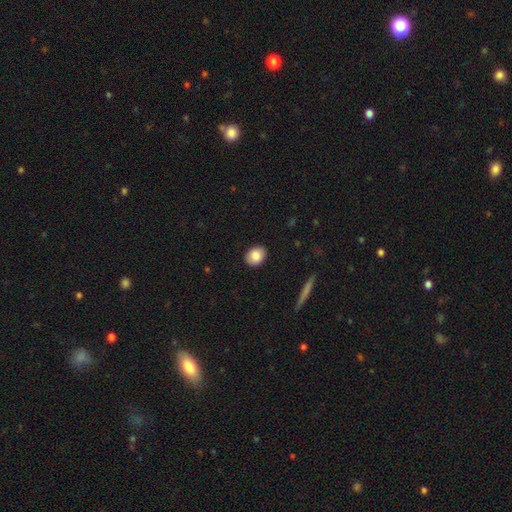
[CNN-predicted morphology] smooth_or_featured: smooth (p=0.86) [alt: star or artifact p=0.08]
how_rounded: round (p=0.54) [alt: in between p=0.45]
merging: none (p=0.91) [alt: minor disturbance p=0.07]